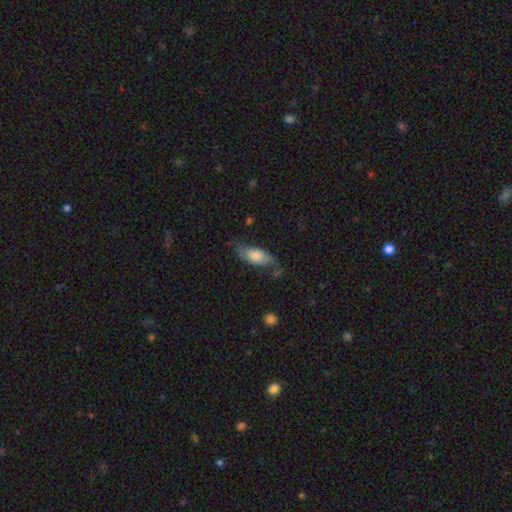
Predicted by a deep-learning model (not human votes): This is likely a smooth galaxy (65%). How rounded: clearly in between (81%). Merging: possibly none (54%).